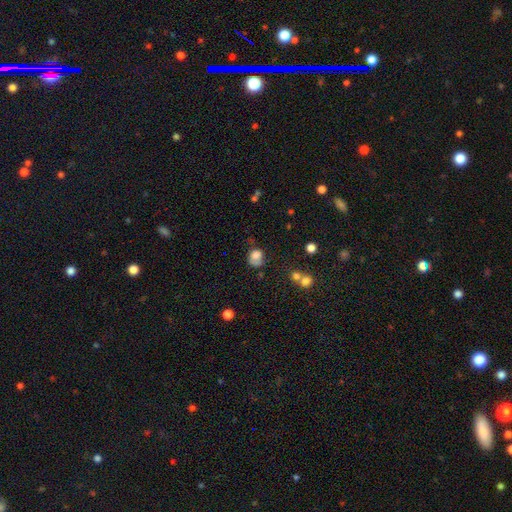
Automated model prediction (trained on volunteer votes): The model was most divided on "merging": none: 41%, minor disturbance: 30%, major disturbance: 20%, merger: 9%. More confident: smooth or featured — smooth (72%); how rounded — round (58%).